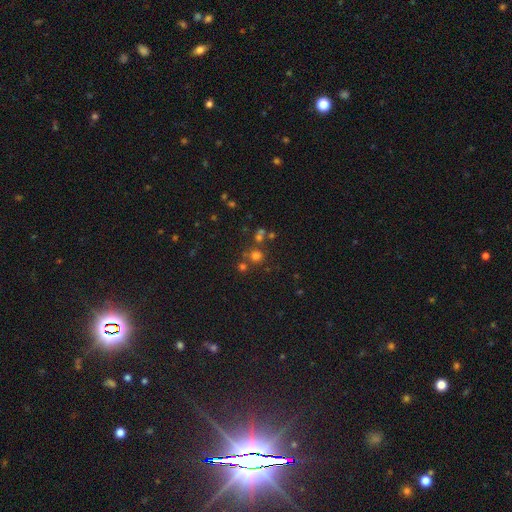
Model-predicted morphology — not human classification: Smooth or featured? smooth (64%)
How rounded? round (91%)
Merging? none (67%)